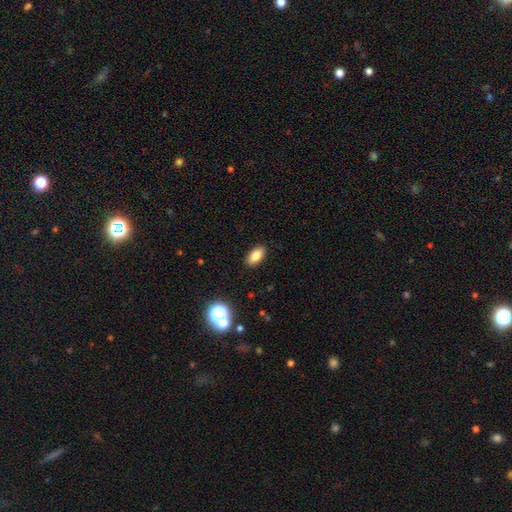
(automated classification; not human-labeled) smooth_or_featured: smooth (p=0.81) [alt: star or artifact p=0.10]
how_rounded: in between (p=0.89) [alt: cigar-shaped p=0.06]
merging: none (p=0.90) [alt: minor disturbance p=0.07]